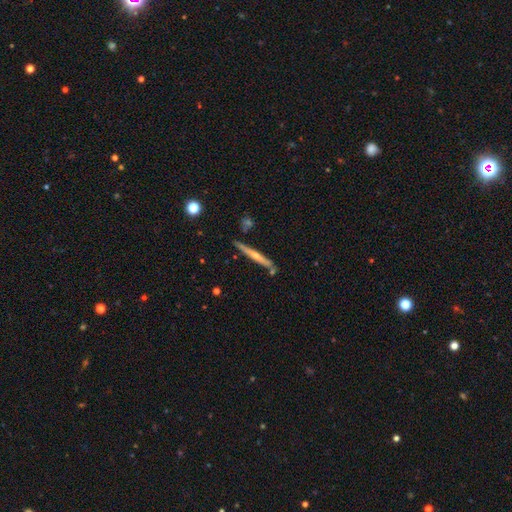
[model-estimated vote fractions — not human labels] Smooth or featured? Predicted: featured or disk (p=0.57). Edge-on disk? Predicted: yes (p=0.96). Edge-on bulge? Predicted: rounded (p=0.58). Merging? Predicted: none (p=0.80).